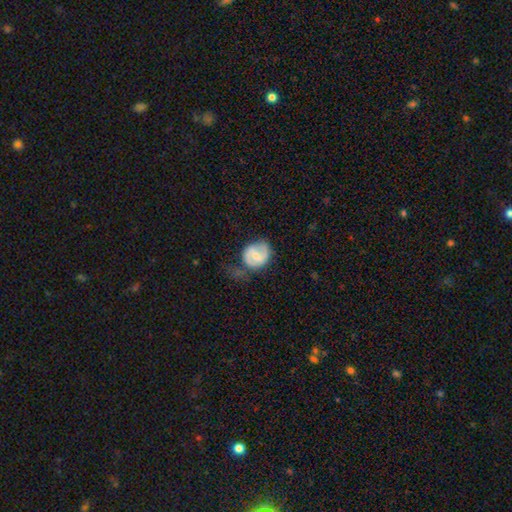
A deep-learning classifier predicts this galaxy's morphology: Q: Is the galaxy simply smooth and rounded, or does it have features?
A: featured or disk — 55%.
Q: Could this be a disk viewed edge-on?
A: no — 97%.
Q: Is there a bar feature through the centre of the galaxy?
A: weak — 52%.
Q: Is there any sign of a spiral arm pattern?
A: yes — 71%.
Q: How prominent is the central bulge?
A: moderate — 47%.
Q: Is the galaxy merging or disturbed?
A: none — 42%.